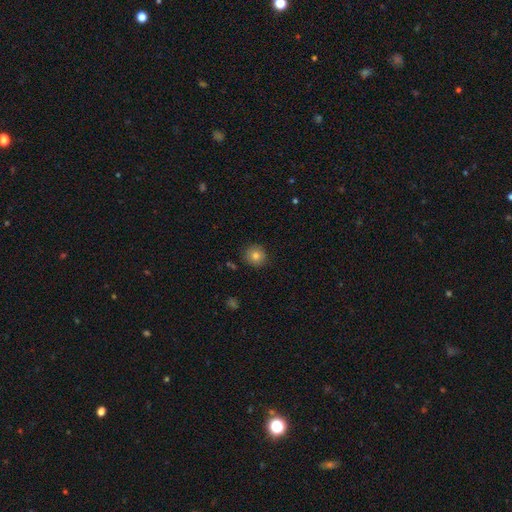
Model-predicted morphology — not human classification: A smooth galaxy with no disk features (80%) that is round (94%).

Vote fractions:
- Smooth or featured? smooth: 80% / star or artifact: 11% / featured or disk: 9%
- How rounded? round: 94% / in between: 5% / cigar-shaped: 1%
- Merging? none: 89% / minor disturbance: 8% / major disturbance: 2% / merger: 1%